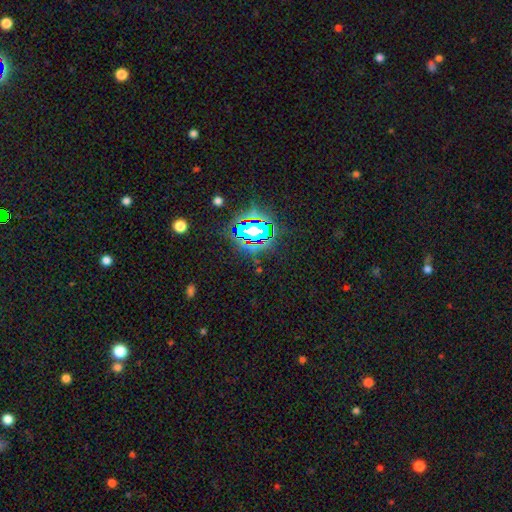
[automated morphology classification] Smooth or featured? star or artifact (79%)